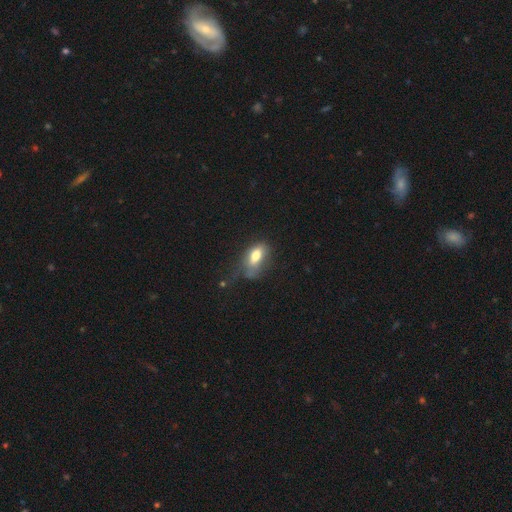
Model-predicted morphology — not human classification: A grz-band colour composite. It shows a smooth galaxy with no disk features (75%) that is in between round and cigar-shaped (88%). Merging: none (38%).